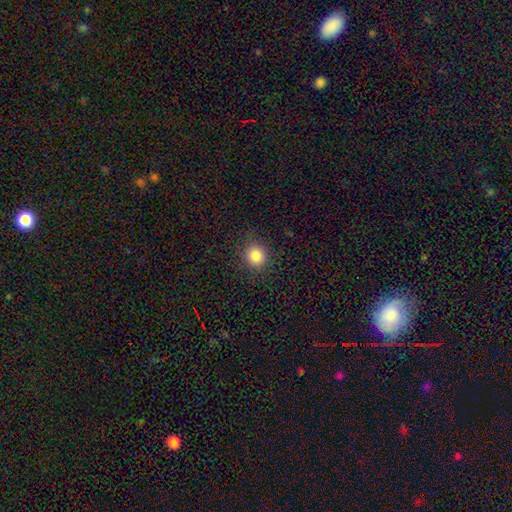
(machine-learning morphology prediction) Q: Smooth or featured?
A: smooth (84%); runner-up: star or artifact (12%)
Q: How rounded?
A: round (90%); runner-up: in between (9%)
Q: Merging?
A: none (90%); runner-up: minor disturbance (7%)